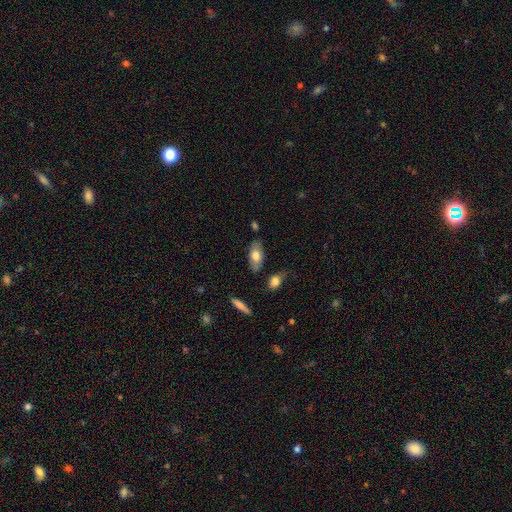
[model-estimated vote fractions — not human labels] A smooth galaxy with no disk features (69%) that is in between round and cigar-shaped (90%). Merging: none (78%).